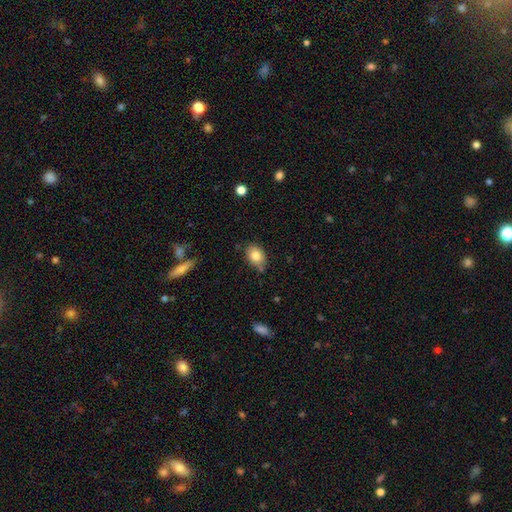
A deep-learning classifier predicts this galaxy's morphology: The model was most divided on "how rounded": in between: 68%, round: 31%, cigar-shaped: 1%. More confident: smooth or featured — smooth (81%); merging — none (77%).